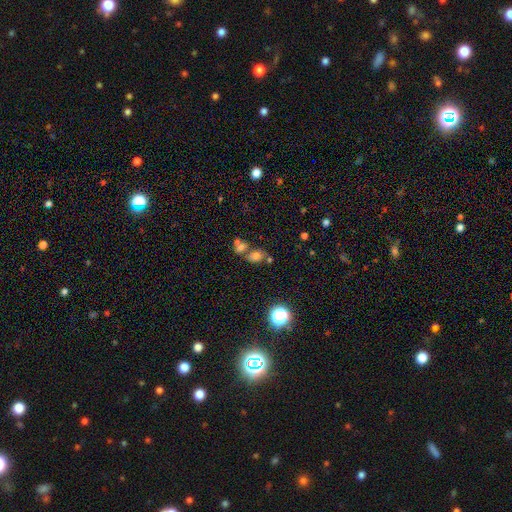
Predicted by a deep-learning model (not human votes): smooth 69%, star or artifact 19%, featured or disk 12%. Down the decision tree: how rounded — in between (71%); merging — none (50%).